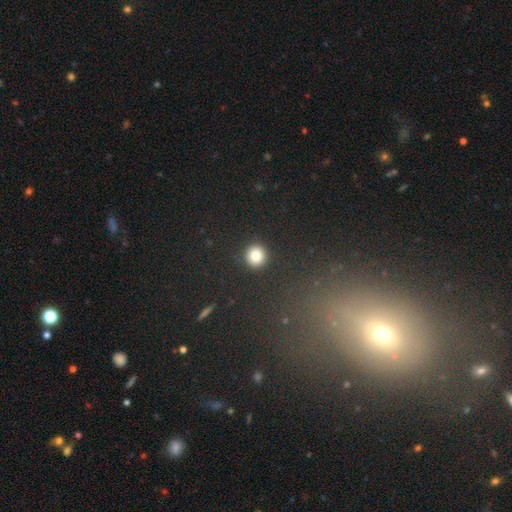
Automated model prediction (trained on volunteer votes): Smooth or featured?
  - smooth: 84% *
  - star or artifact: 11%
  - featured or disk: 5%
How rounded?
  - round: 92% *
  - in between: 7%
  - cigar-shaped: 1%
Merging?
  - none: 91% *
  - minor disturbance: 5%
  - major disturbance: 2%
  - merger: 1%